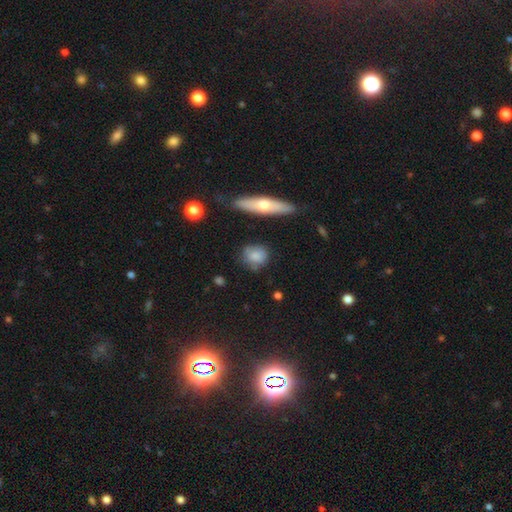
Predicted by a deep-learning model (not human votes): smooth 76%, featured or disk 17%, star or artifact 8%. Down the decision tree: how rounded — round (66%); merging — none (71%).